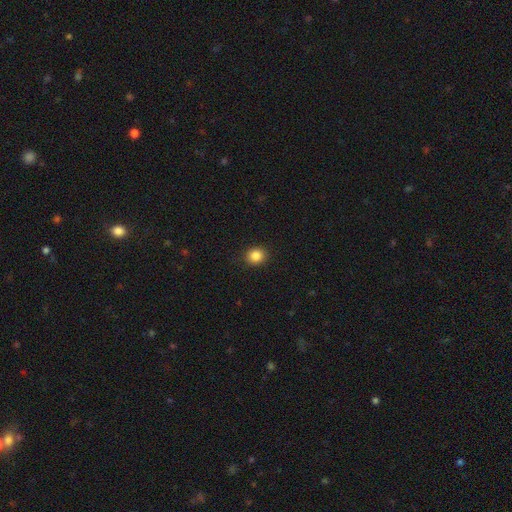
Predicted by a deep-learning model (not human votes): The model was most divided on "how rounded": round: 78%, in between: 21%, cigar-shaped: 1%. More confident: merging — none (90%); smooth or featured — smooth (85%).